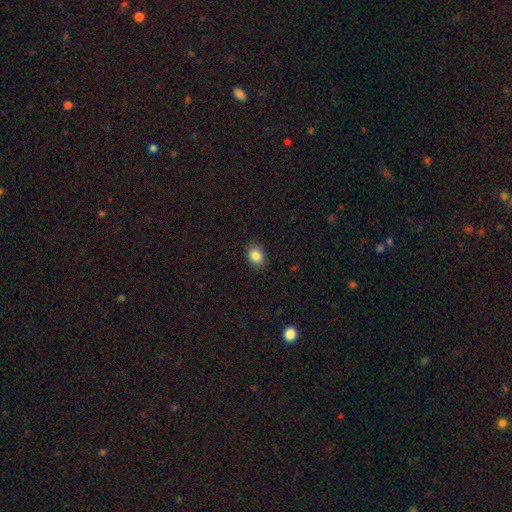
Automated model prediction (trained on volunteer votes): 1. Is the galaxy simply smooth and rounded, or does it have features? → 86% smooth, 9% star or artifact, 5% featured or disk.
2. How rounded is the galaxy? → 62% in between, 37% round, 1% cigar-shaped.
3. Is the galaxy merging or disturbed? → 88% none, 9% minor disturbance, 2% major disturbance, 1% merger.